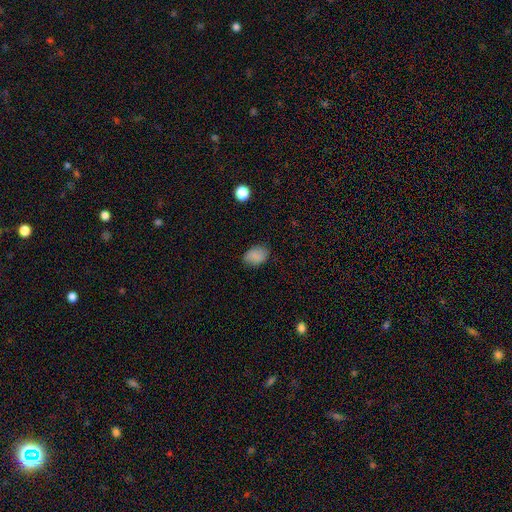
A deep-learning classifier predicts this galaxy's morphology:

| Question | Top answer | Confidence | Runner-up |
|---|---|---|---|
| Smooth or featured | smooth | 84% | star or artifact (9%) |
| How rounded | in between | 77% | round (22%) |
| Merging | none | 79% | minor disturbance (17%) |